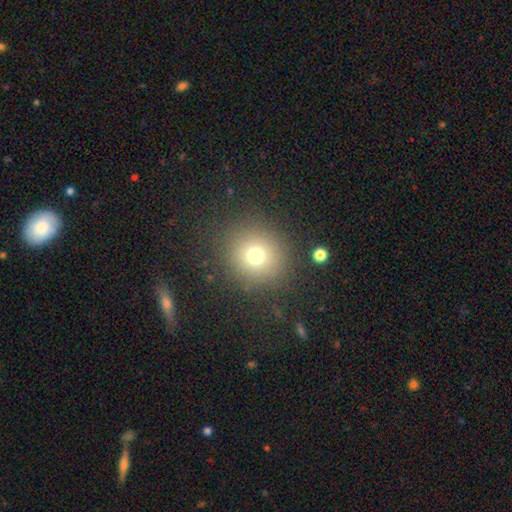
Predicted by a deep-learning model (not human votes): Smooth or featured? Predicted: smooth (p=0.72). How rounded? Predicted: round (p=0.91). Merging? Predicted: none (p=0.85).